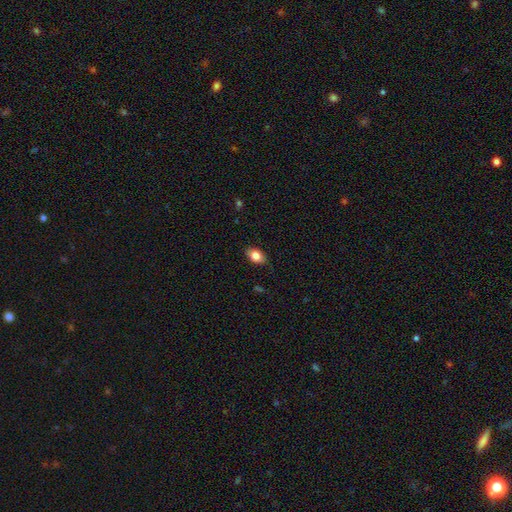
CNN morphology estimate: Smooth or featured: smooth — 82% (featured or disk — 10%)
How rounded: in between — 89% (round — 9%)
Merging: none — 86% (minor disturbance — 11%)